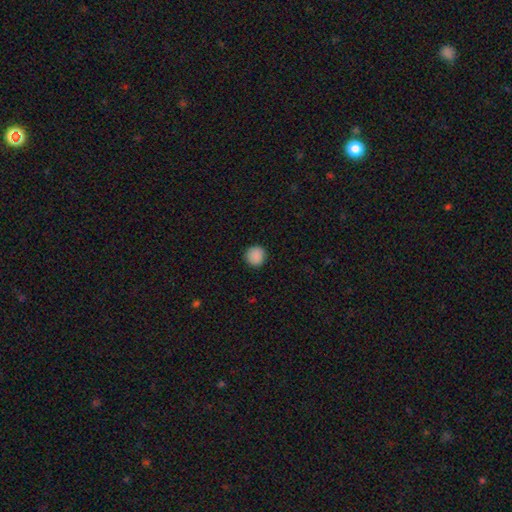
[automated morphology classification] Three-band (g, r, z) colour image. It shows a smooth galaxy with no disk features (88%) that is round (94%). Merging: none (91%).